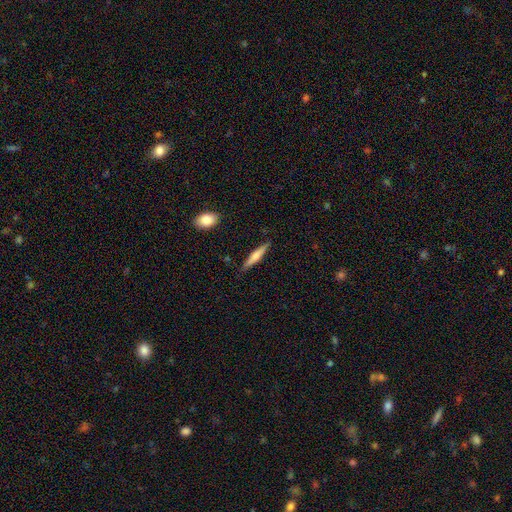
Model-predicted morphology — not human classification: smooth_or_featured: smooth (p=0.56) [alt: featured or disk p=0.38]
how_rounded: cigar-shaped (p=0.89) [alt: in between p=0.09]
merging: none (p=0.87) [alt: minor disturbance p=0.10]